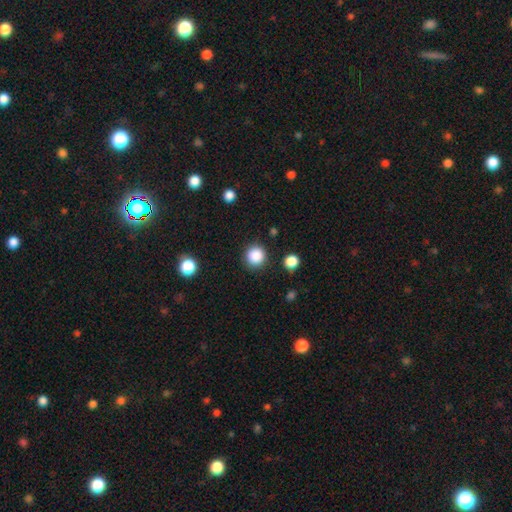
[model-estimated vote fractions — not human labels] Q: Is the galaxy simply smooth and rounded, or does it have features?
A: smooth — 87%.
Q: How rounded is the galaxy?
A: round — 94%.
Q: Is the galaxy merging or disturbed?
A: none — 88%.